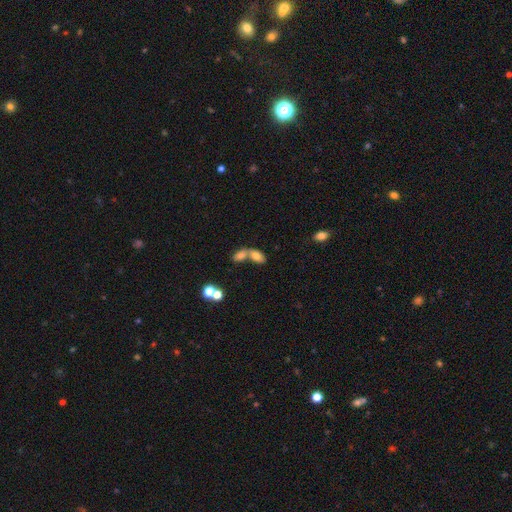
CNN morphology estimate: Overall: smooth (75%). How rounded: in between (87%). Merging: merger (65%).